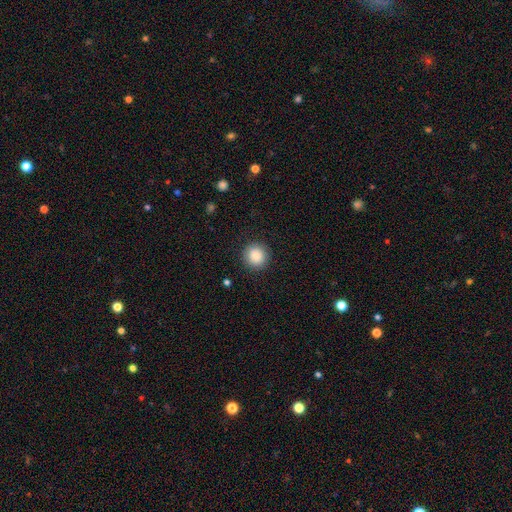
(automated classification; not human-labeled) Overall: smooth (88%). How rounded: round (93%). Merging: none (90%).